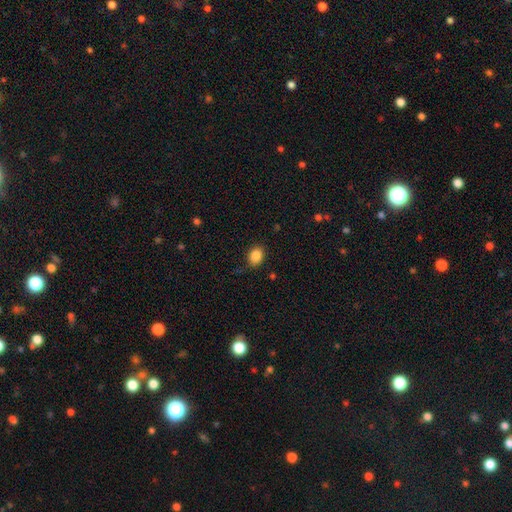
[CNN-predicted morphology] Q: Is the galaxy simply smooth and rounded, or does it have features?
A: smooth — 87%.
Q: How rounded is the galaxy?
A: in between — 56%.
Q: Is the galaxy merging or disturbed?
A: none — 80%.